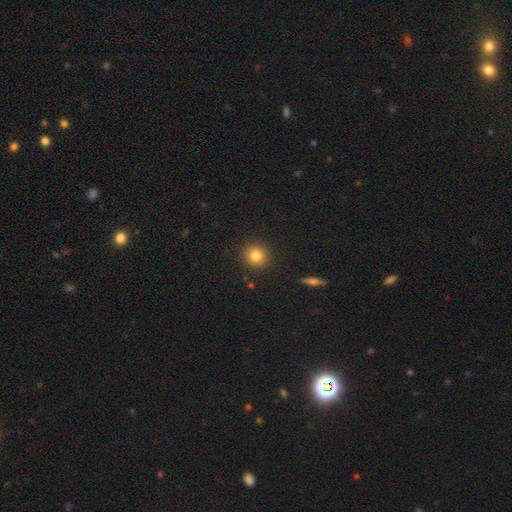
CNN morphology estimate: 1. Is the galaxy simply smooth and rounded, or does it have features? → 82% smooth, 11% star or artifact, 7% featured or disk.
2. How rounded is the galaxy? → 92% round, 7% in between, 1% cigar-shaped.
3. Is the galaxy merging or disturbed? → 91% none, 6% minor disturbance, 2% major disturbance, 1% merger.